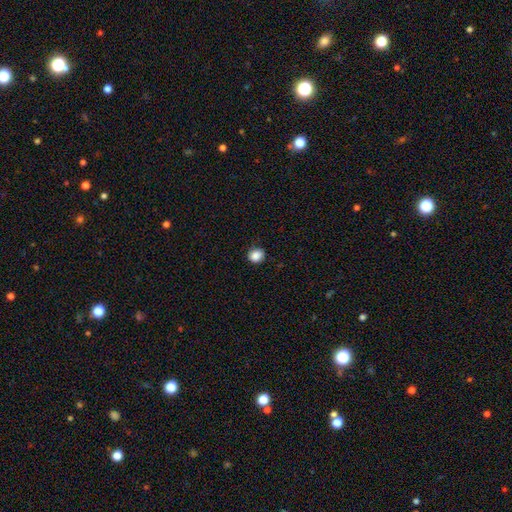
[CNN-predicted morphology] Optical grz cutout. It shows a smooth galaxy with no disk features (87%) that is round (76%). Merging: none (83%).